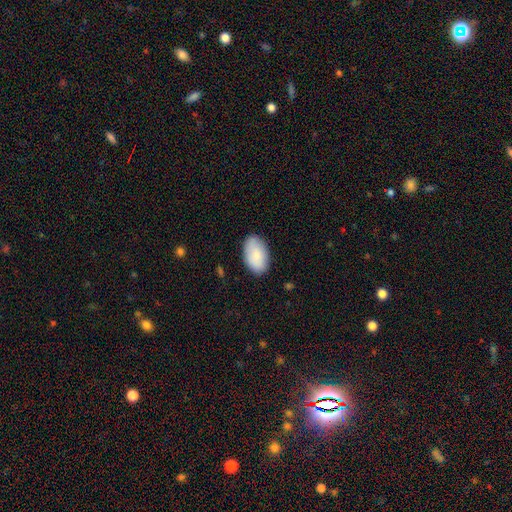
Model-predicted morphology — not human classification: Overall: smooth (83%). How rounded: in between (93%). Merging: none (84%).